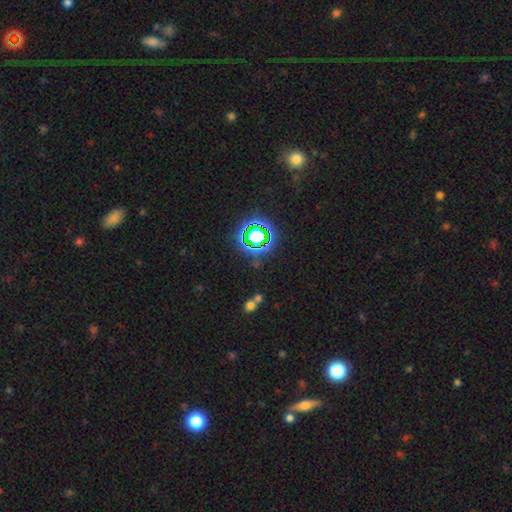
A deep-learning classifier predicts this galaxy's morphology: A star or artifact, not a galaxy (73%).